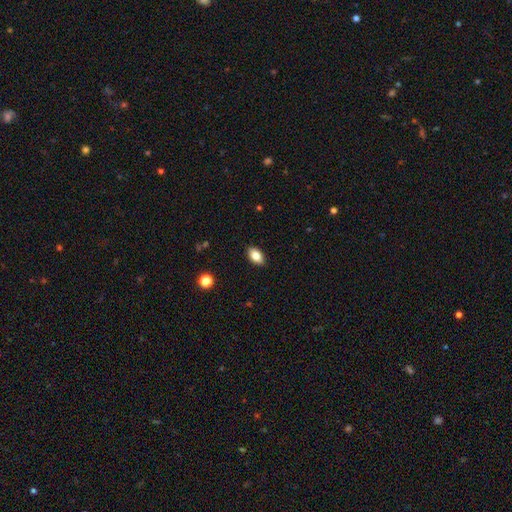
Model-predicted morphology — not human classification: A smooth galaxy with no disk features (82%) that is in between round and cigar-shaped (90%). Merging: none (89%).